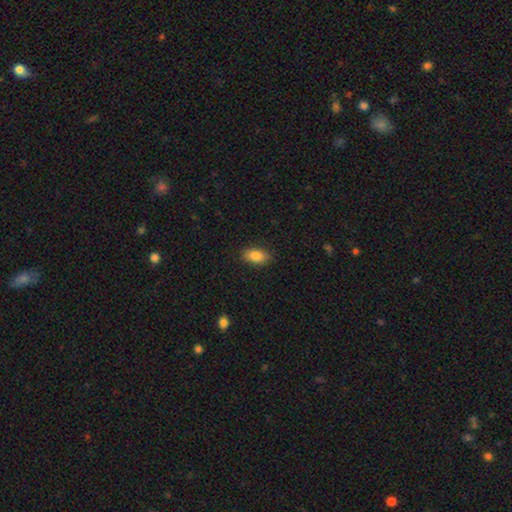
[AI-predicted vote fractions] smooth 84%, featured or disk 8%, star or artifact 8%. Down the decision tree: how rounded — in between (89%); merging — none (87%).